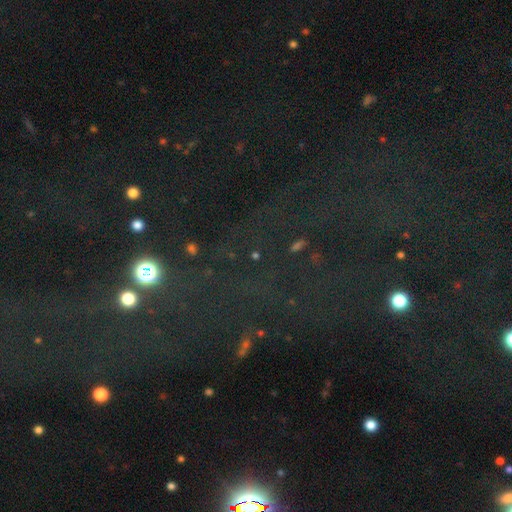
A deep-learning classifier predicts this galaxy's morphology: The model was most divided on "smooth or featured": star or artifact: 70%, smooth: 19%, featured or disk: 10%.